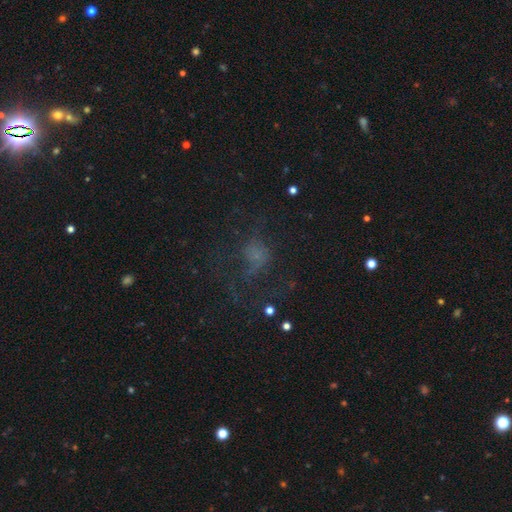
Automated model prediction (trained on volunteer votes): smooth_or_featured: smooth (p=0.38) [alt: featured or disk p=0.31]
merging: none (p=0.44) [alt: major disturbance p=0.37]